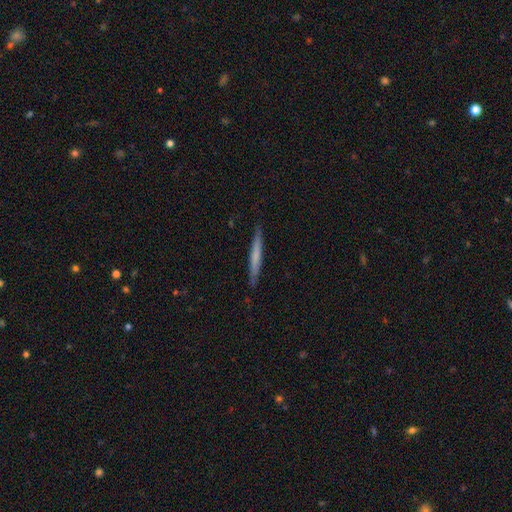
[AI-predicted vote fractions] Overall: smooth (56%; featured or disk 39%). How rounded: cigar-shaped (96%). Merging: none (88%).